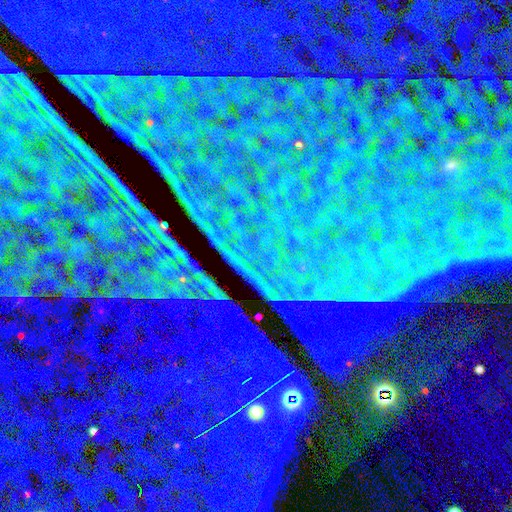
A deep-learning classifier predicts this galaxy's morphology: Smooth or featured?
  - star or artifact: 88% *
  - featured or disk: 7%
  - smooth: 6%